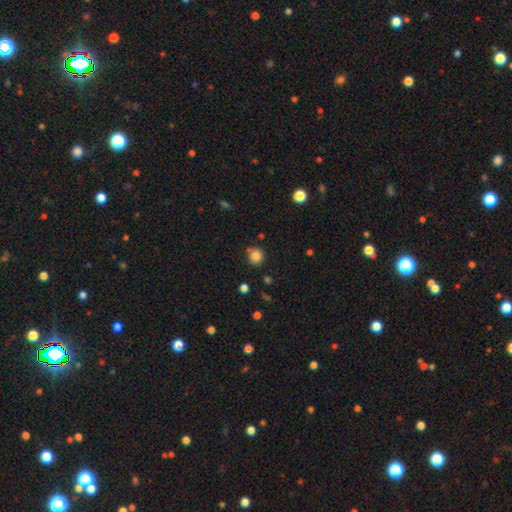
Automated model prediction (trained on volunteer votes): The model was most divided on "merging": none: 80%, minor disturbance: 11%, merger: 6%, major disturbance: 3%. More confident: how rounded — round (85%); smooth or featured — smooth (83%).